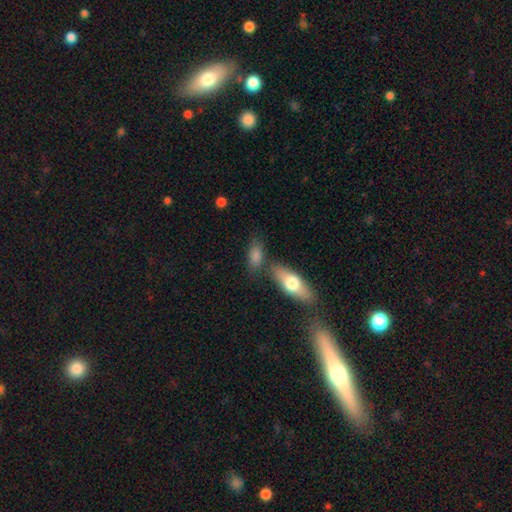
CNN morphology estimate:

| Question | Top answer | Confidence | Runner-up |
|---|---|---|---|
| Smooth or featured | smooth | 73% | featured or disk (18%) |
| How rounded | in between | 72% | cigar-shaped (21%) |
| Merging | none | 62% | merger (18%) |